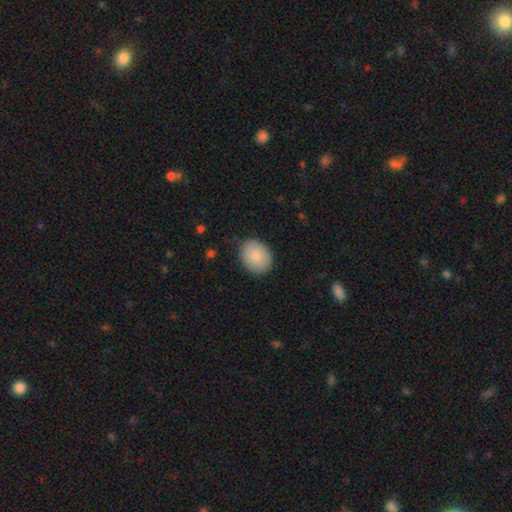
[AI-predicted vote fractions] Smooth or featured: smooth — 86% (featured or disk — 8%)
How rounded: in between — 59% (round — 40%)
Merging: none — 83% (minor disturbance — 13%)